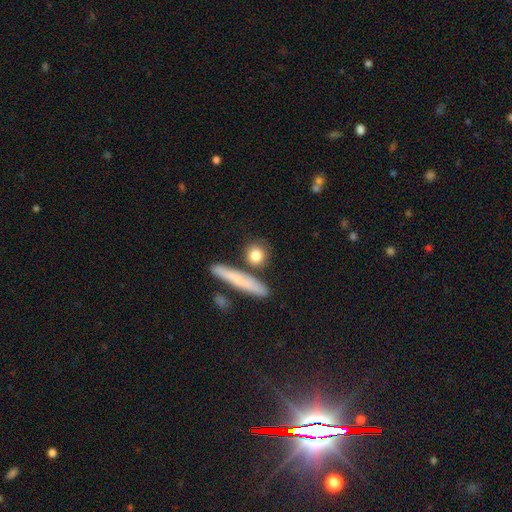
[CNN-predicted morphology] type=smooth (80%); roundness=round (63%); merging=none (76%).